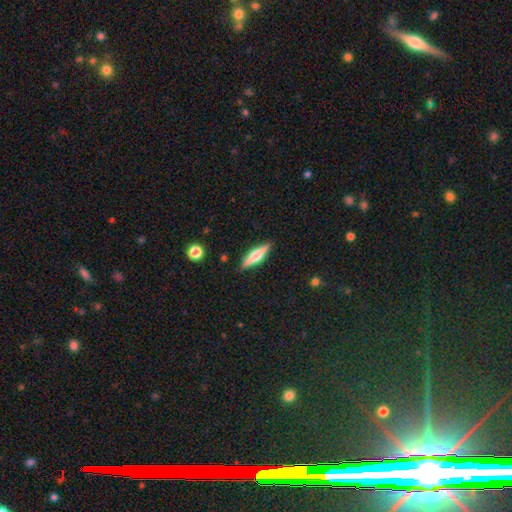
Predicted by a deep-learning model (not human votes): smooth_or_featured: featured or disk (p=0.51) [alt: smooth p=0.43]
disk_edge_on: yes (p=0.96) [alt: no p=0.04]
merging: none (p=0.88) [alt: minor disturbance p=0.09]